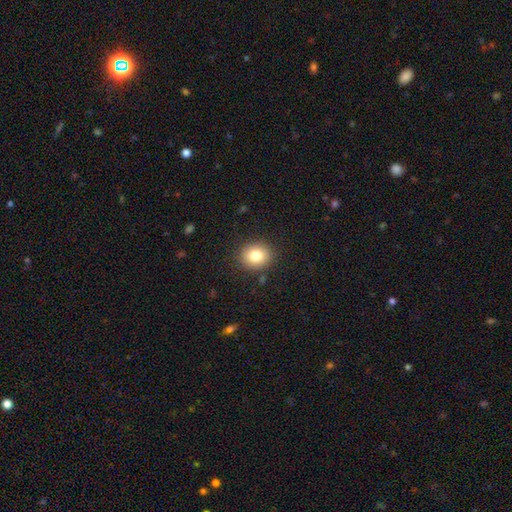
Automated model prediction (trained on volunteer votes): Smooth or featured? Predicted: smooth (p=0.80). How rounded? Predicted: round (p=0.69). Merging? Predicted: none (p=0.88).